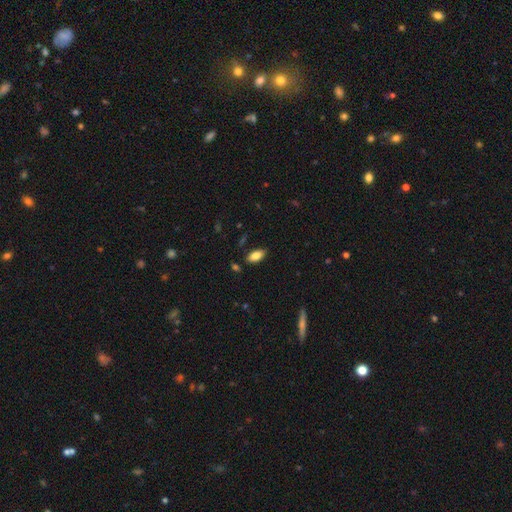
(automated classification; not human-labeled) smooth_or_featured: smooth (p=0.82) [alt: featured or disk p=0.11]
how_rounded: in between (p=0.90) [alt: cigar-shaped p=0.08]
merging: none (p=0.84) [alt: minor disturbance p=0.12]